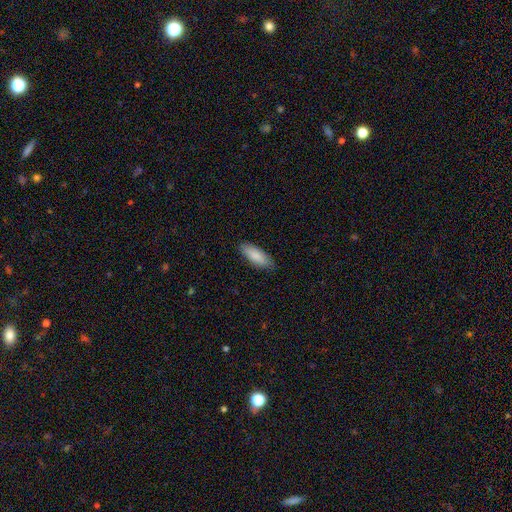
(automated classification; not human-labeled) This is clearly a smooth galaxy (87%). How rounded: likely in between (69%). Merging: clearly none (85%).